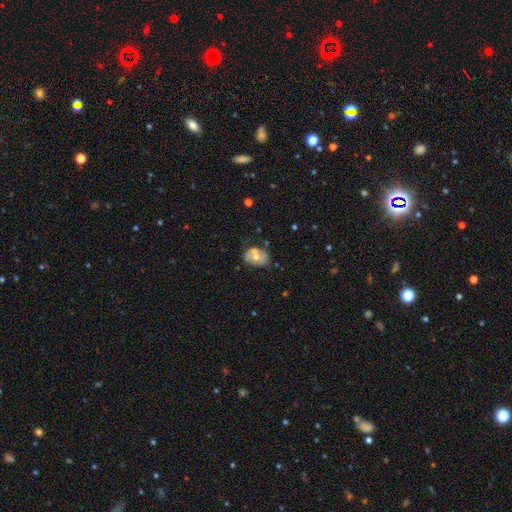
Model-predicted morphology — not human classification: A smooth galaxy with no disk features (47%). Merging: none (51%).